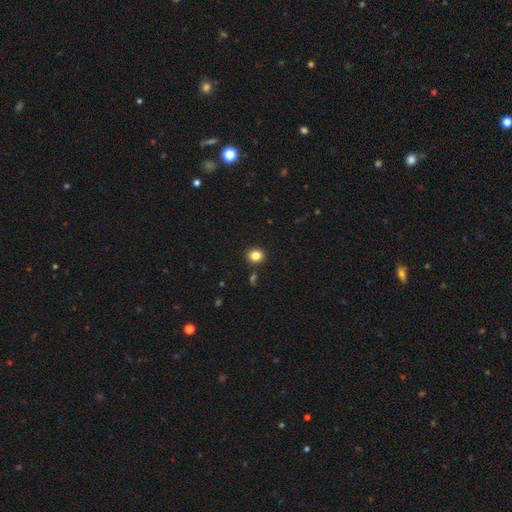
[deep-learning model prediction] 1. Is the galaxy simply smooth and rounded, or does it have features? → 83% smooth, 12% star or artifact, 5% featured or disk.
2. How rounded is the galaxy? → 76% round, 23% in between, 1% cigar-shaped.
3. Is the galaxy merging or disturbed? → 89% none, 7% minor disturbance, 3% merger, 2% major disturbance.